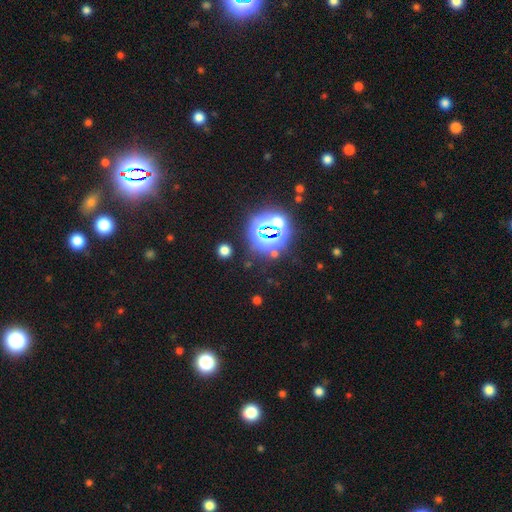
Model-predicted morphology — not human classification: The model was most divided on "smooth or featured": star or artifact: 83%, smooth: 11%, featured or disk: 6%.